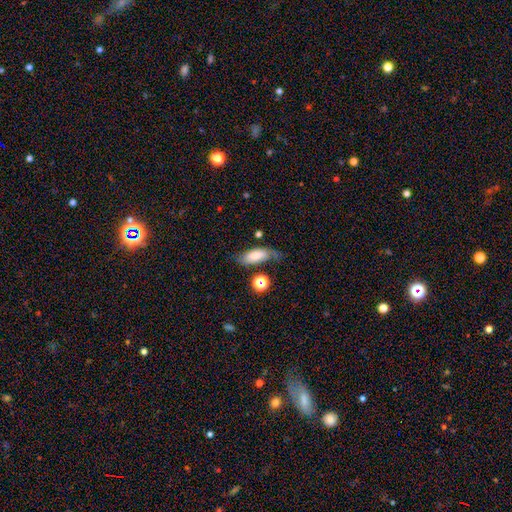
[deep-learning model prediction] A smooth galaxy with no disk features (59%) that is in between round and cigar-shaped (77%).

Vote fractions:
- Smooth or featured? smooth: 59% / featured or disk: 31% / star or artifact: 9%
- How rounded? in between: 77% / cigar-shaped: 18% / round: 5%
- Merging? none: 55% / minor disturbance: 26% / major disturbance: 12% / merger: 6%